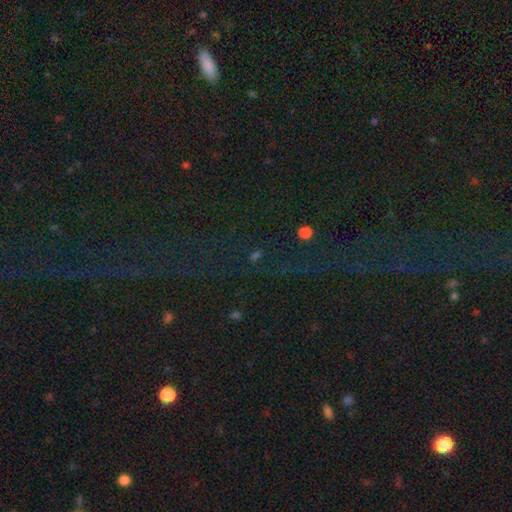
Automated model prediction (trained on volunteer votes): Smooth or featured?
  - star or artifact: 69% *
  - smooth: 21%
  - featured or disk: 10%